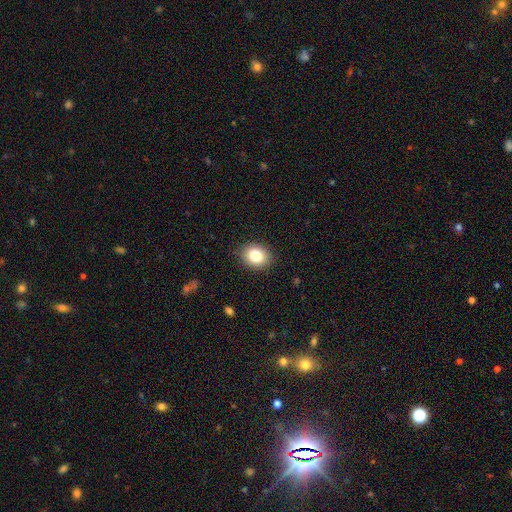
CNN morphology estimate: Smooth or featured?
  - smooth: 82% *
  - star or artifact: 9%
  - featured or disk: 9%
How rounded?
  - in between: 52% *
  - round: 47%
  - cigar-shaped: 1%
Merging?
  - none: 89% *
  - minor disturbance: 8%
  - major disturbance: 2%
  - merger: 1%